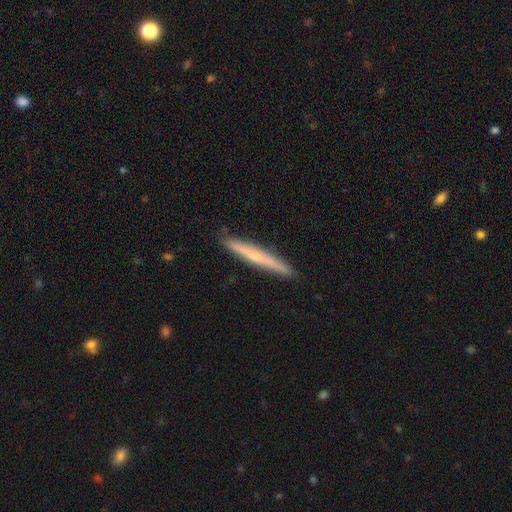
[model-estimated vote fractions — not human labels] A featured or disk galaxy (49%). Merging: none (92%).